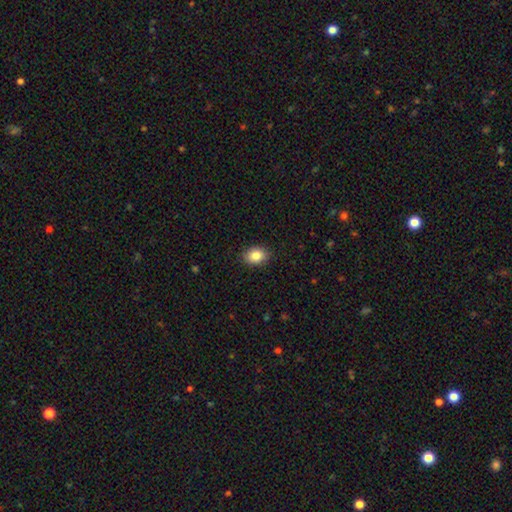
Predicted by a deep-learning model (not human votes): The model was most divided on "how rounded": in between: 71%, round: 28%, cigar-shaped: 1%. More confident: merging — none (88%); smooth or featured — smooth (86%).